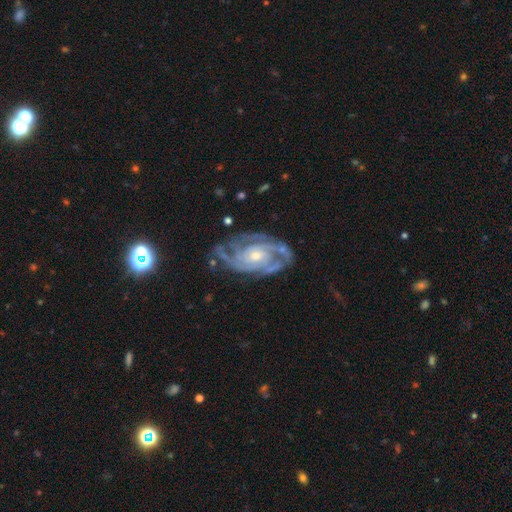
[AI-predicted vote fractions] Smooth or featured? Predicted: featured or disk (p=0.90). Edge-on disk? Predicted: no (p=0.97). Bar? Predicted: no (p=0.70). Spiral arms? Predicted: yes (p=0.96). Spiral winding? Predicted: tight (p=0.65). Spiral arm count? Predicted: 2 (p=0.27). Bulge size? Predicted: small (p=0.51). Merging? Predicted: none (p=0.66).